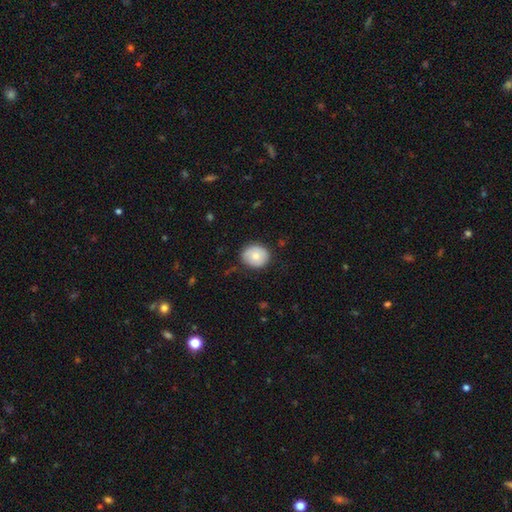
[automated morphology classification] Smooth or featured? Predicted: smooth (p=0.76). How rounded? Predicted: round (p=0.69). Merging? Predicted: none (p=0.79).